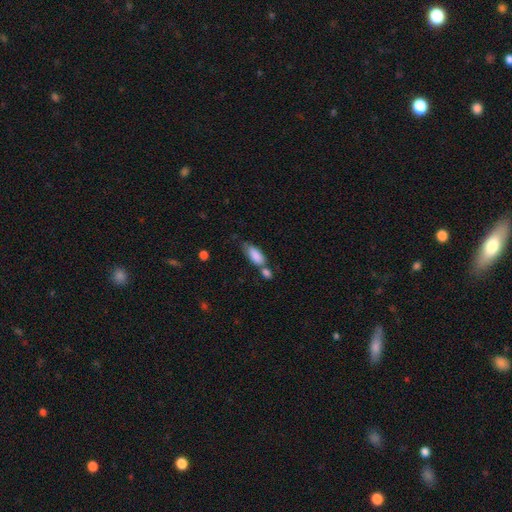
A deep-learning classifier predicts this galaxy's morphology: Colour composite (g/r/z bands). It shows a smooth galaxy with no disk features (85%) that is in between round and cigar-shaped (83%). Merging: merger (39%).